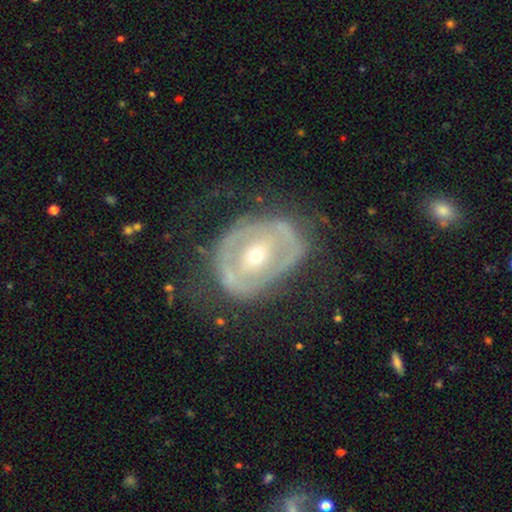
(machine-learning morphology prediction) smooth-or-featured: featured or disk: 75% | smooth: 19% | star or artifact: 7%
  disk-edge-on: no: 94% | yes: 6%
    bar: no: 42% | weak: 29% | strong: 29%
    has-spiral-arms: no: 61% | yes: 39%
    bulge-size: small: 59% | moderate: 38% | large: 2% | dominant: 1% | none: 1%
  merging: none: 60% | minor disturbance: 20% | major disturbance: 18% | merger: 2%